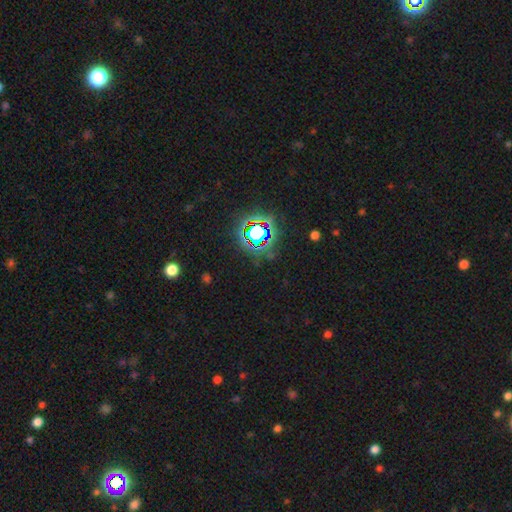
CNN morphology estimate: Overall: star or artifact (80%).